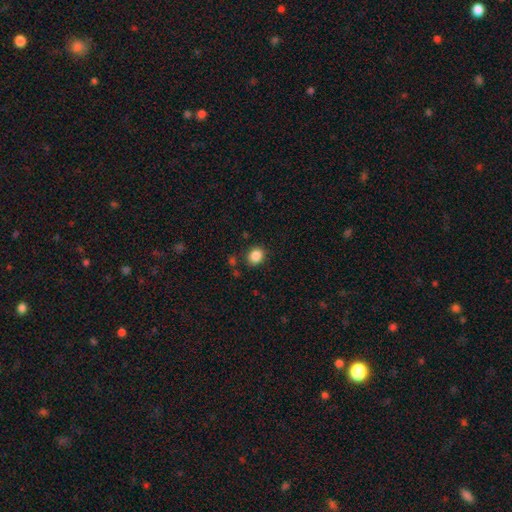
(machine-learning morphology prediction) This appears to be a smooth galaxy with no disk features (86%) that is round (68%). Merging: none (86%).